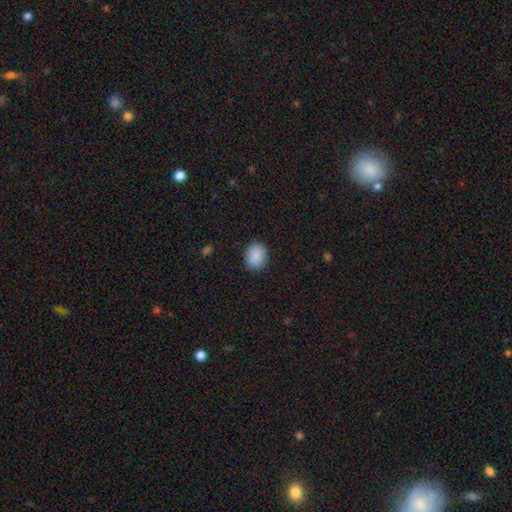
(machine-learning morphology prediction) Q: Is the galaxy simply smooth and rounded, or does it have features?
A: smooth — 89%.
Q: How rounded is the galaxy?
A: in between — 53%.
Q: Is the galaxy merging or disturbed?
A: none — 88%.